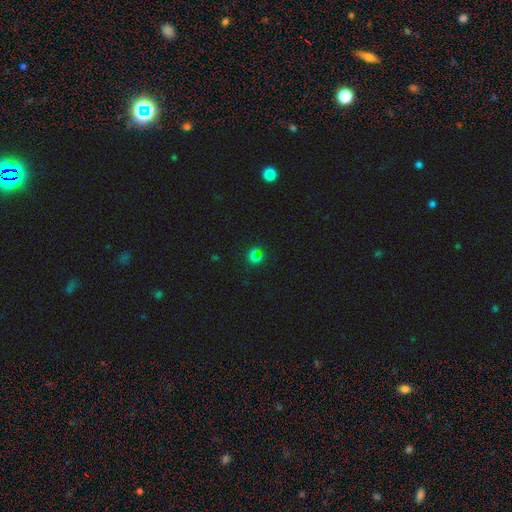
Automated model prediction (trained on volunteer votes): smooth 48%, star or artifact 38%, featured or disk 15%. Down the decision tree: merging — none (59%).